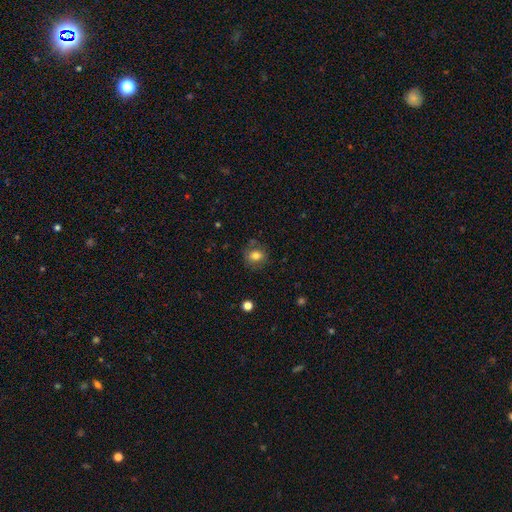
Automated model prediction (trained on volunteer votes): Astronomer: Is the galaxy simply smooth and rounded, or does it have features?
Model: smooth — 74%.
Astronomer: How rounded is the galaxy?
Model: round — 62% (runner-up: in between, 37%).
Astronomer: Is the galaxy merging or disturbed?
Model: none — 77%.